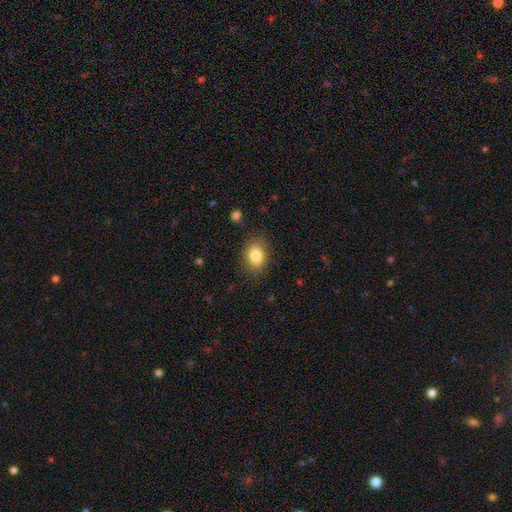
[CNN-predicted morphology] Smooth or featured? smooth (82%)
How rounded? in between (66%)
Merging? none (84%)